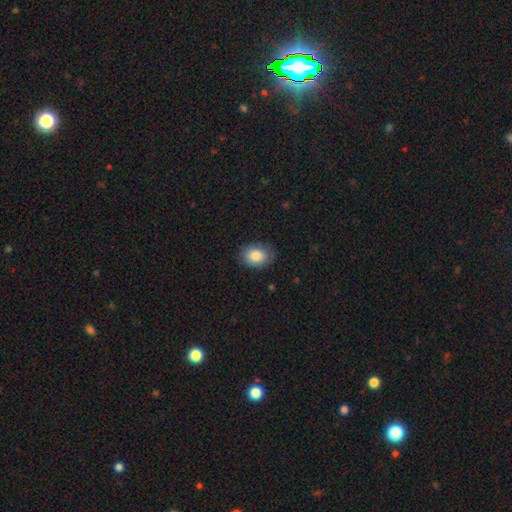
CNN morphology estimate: smooth_or_featured: smooth (p=0.85) [alt: star or artifact p=0.08]
how_rounded: in between (p=0.65) [alt: round p=0.34]
merging: none (p=0.85) [alt: minor disturbance p=0.11]